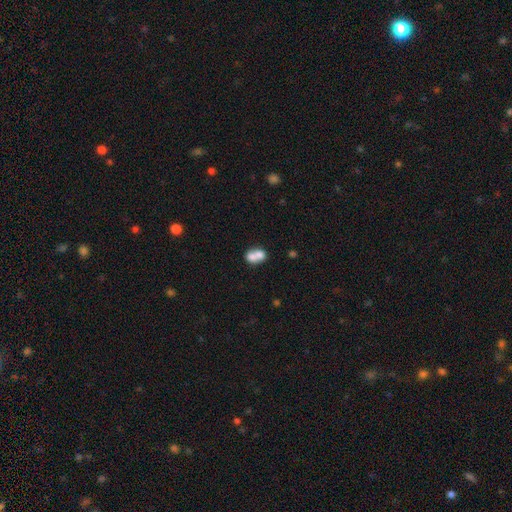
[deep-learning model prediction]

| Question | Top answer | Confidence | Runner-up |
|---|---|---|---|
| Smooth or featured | smooth | 68% | featured or disk (23%) |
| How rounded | in between | 56% | round (43%) |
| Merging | merger | 69% | none (21%) |